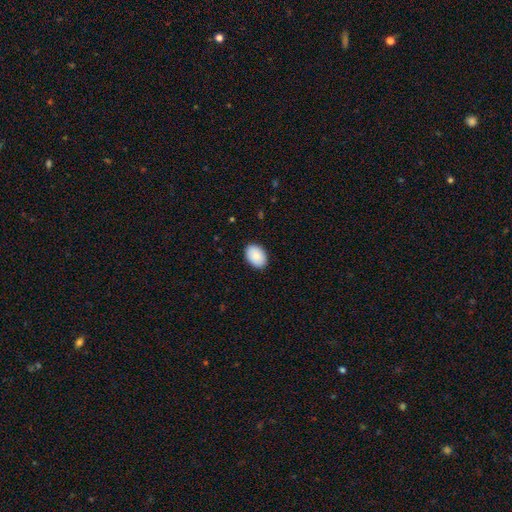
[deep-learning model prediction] smooth_or_featured: smooth (p=0.89) [alt: star or artifact p=0.06]
how_rounded: in between (p=0.83) [alt: round p=0.16]
merging: none (p=0.88) [alt: minor disturbance p=0.09]